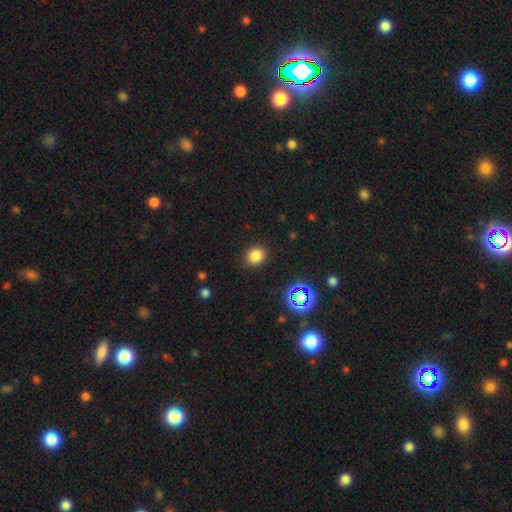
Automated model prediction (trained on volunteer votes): smooth_or_featured: smooth (p=0.80) [alt: star or artifact p=0.15]
how_rounded: round (p=0.73) [alt: in between p=0.26]
merging: none (p=0.88) [alt: minor disturbance p=0.08]